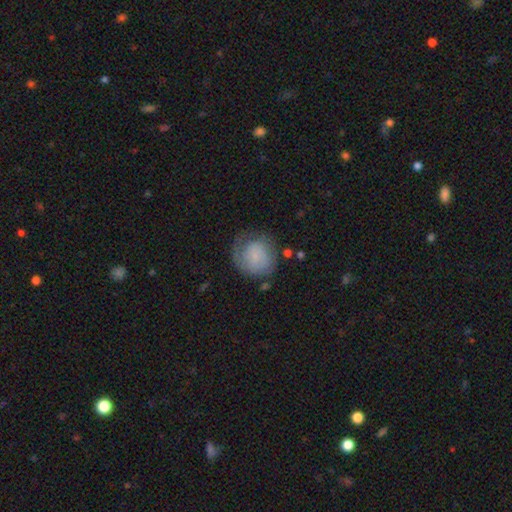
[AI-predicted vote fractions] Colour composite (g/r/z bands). It shows a smooth galaxy with no disk features (55%) that is round (82%). Merging: none (52%).